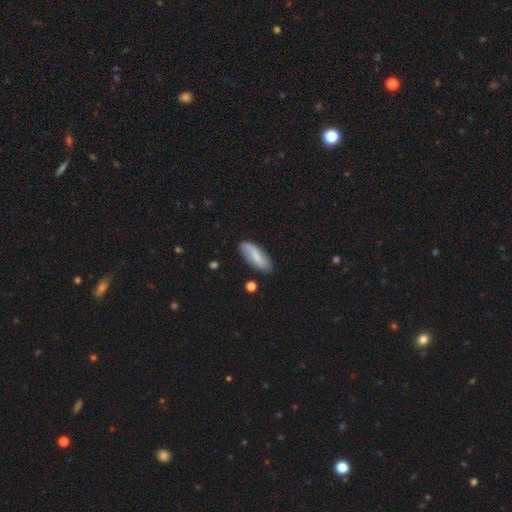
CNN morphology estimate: Smooth or featured? Predicted: smooth (p=0.55). How rounded? Predicted: in between (p=0.74). Merging? Predicted: none (p=0.75).